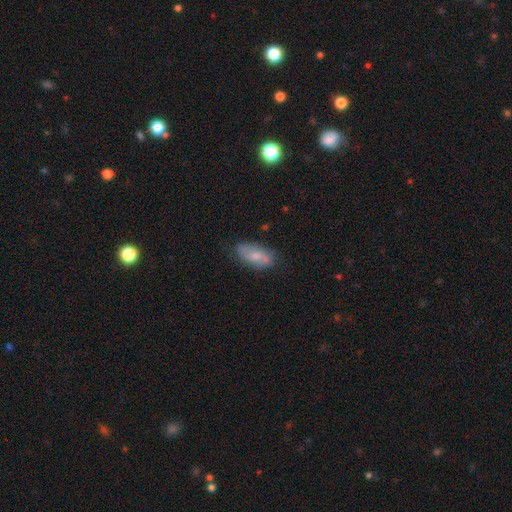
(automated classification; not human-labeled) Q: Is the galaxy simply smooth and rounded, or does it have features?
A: smooth — 57%.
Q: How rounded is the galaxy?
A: in between — 87%.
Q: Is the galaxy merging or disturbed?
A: none — 71%.